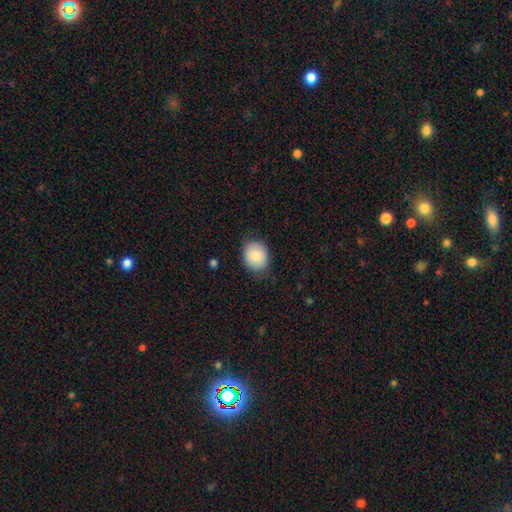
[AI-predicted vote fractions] Smooth or featured: smooth — 83% (featured or disk — 10%)
How rounded: round — 54% (in between — 45%)
Merging: none — 78% (minor disturbance — 17%)